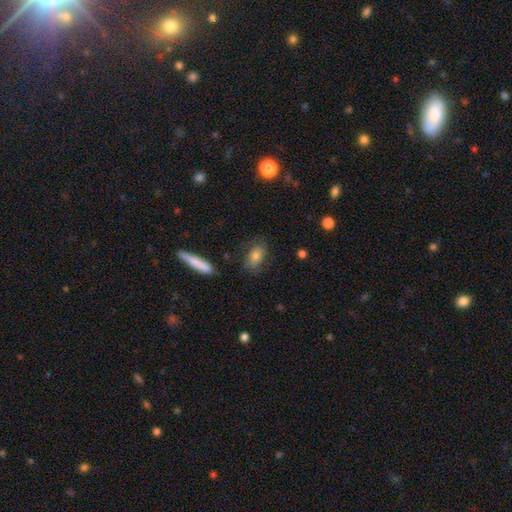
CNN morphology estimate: Overall: smooth (75%). How rounded: in between (83%). Merging: none (75%).